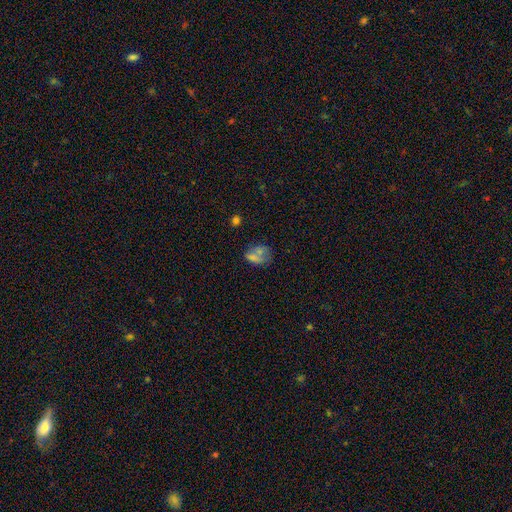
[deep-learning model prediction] Overall: smooth (60%; featured or disk 24%). How rounded: in between (63%; round 35%). Merging: none (42%; merger 21%).